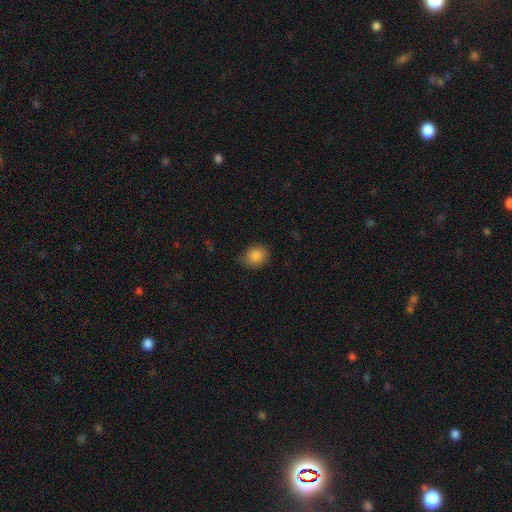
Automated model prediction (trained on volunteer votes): Overall: smooth (86%). How rounded: round (58%; in between 41%). Merging: none (78%).